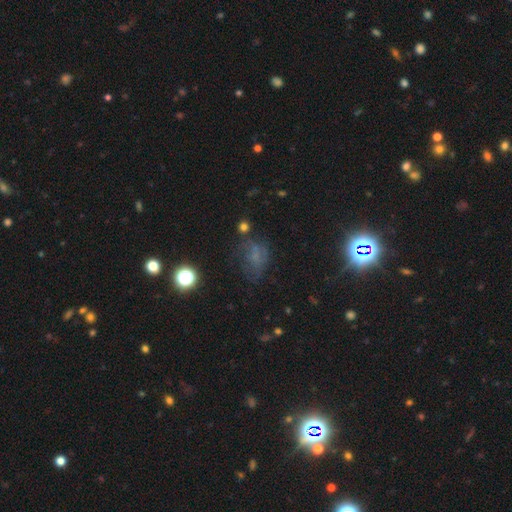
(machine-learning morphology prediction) Smooth or featured: smooth — 39% (star or artifact — 36%)
Merging: none — 46% (major disturbance — 25%)